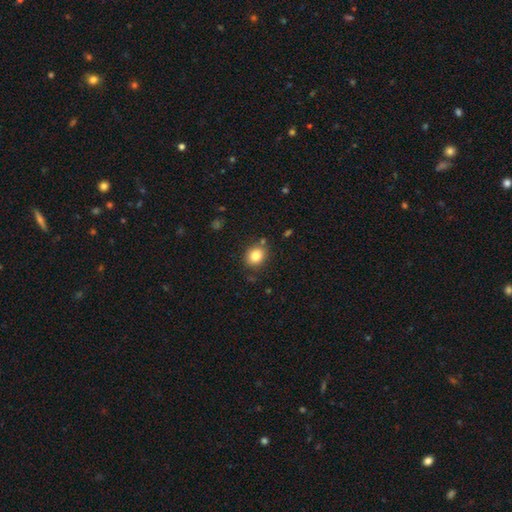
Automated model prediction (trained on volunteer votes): The model was most divided on "how rounded": round: 60%, in between: 39%, cigar-shaped: 1%. More confident: smooth or featured — smooth (82%); merging — none (82%).